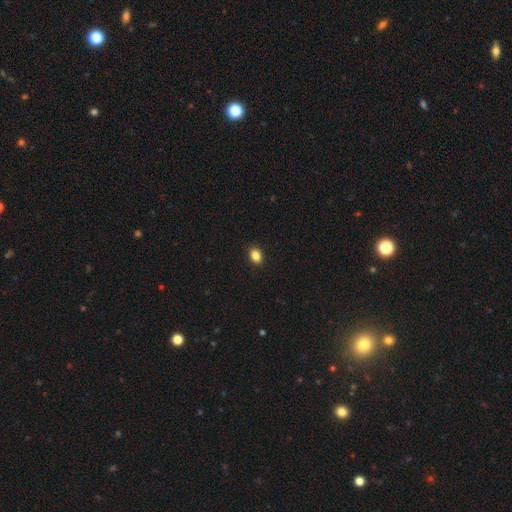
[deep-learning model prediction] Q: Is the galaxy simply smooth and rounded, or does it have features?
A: smooth — 86%.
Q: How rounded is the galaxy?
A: in between — 64%.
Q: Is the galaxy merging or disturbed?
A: none — 91%.